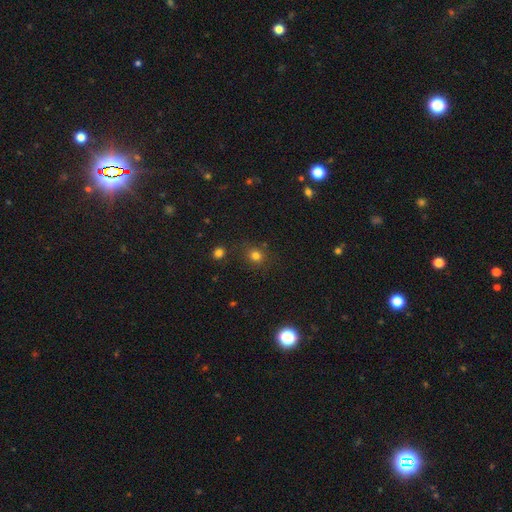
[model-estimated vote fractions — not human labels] This is likely a smooth galaxy (77%). How rounded: clearly round (83%). Merging: clearly none (82%).